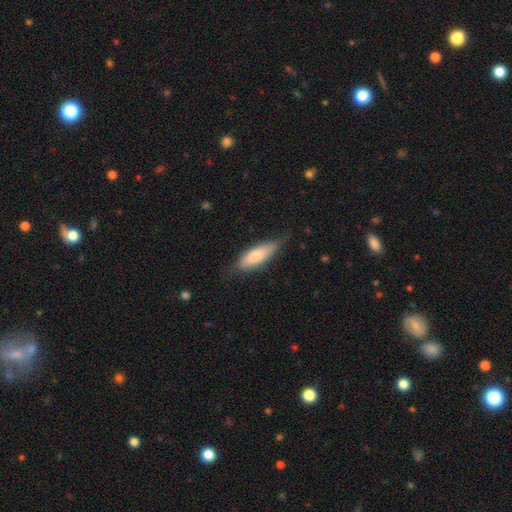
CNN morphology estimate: Smooth or featured?
  - smooth: 78% *
  - featured or disk: 17%
  - star or artifact: 5%
How rounded?
  - in between: 62% *
  - cigar-shaped: 36%
  - round: 2%
Merging?
  - none: 68% *
  - minor disturbance: 25%
  - major disturbance: 6%
  - merger: 1%